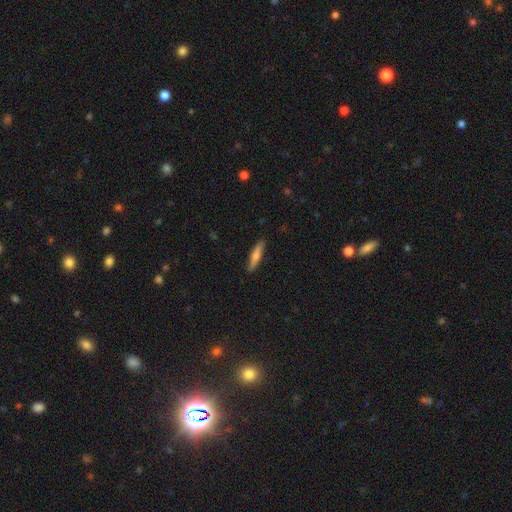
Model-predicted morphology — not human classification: type=smooth (60%); roundness=cigar-shaped (90%); merging=none (89%).